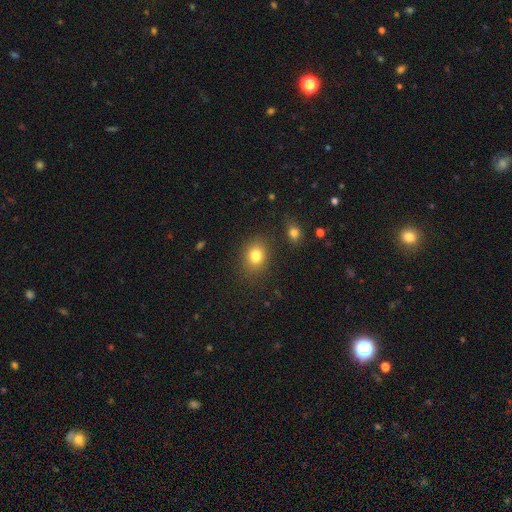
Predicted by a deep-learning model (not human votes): A smooth galaxy with no disk features (81%) that is round (56%).

Vote fractions:
- Smooth or featured? smooth: 81% / star or artifact: 12% / featured or disk: 8%
- How rounded? round: 56% / in between: 43% / cigar-shaped: 1%
- Merging? none: 82% / minor disturbance: 11% / major disturbance: 4% / merger: 3%